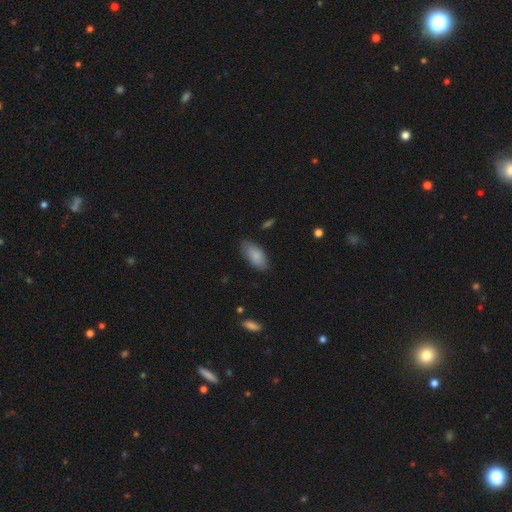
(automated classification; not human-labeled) The model was most divided on "merging": none: 79%, minor disturbance: 17%, major disturbance: 3%, merger: 1%. More confident: how rounded — in between (92%); smooth or featured — smooth (85%).